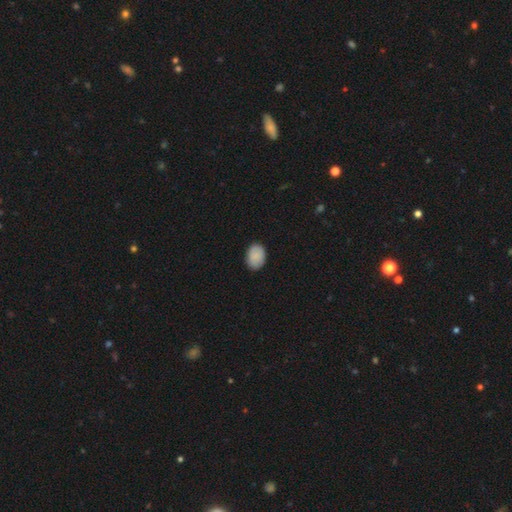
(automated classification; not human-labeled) This appears to be a smooth galaxy with no disk features (87%) that is in between round and cigar-shaped (82%). Merging: none (86%).